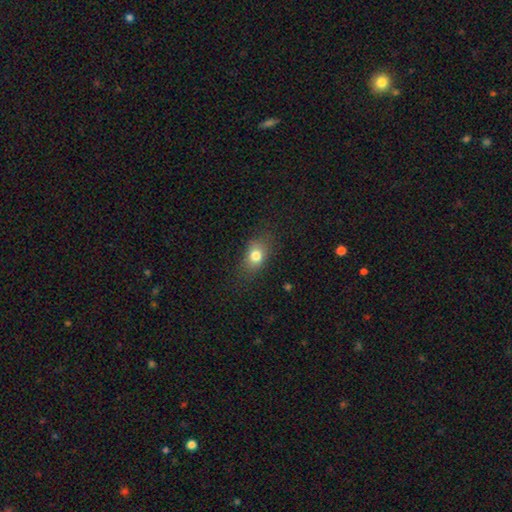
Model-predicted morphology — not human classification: smooth_or_featured: smooth (p=0.79) [alt: star or artifact p=0.11]
how_rounded: in between (p=0.67) [alt: round p=0.30]
merging: none (p=0.77) [alt: minor disturbance p=0.16]